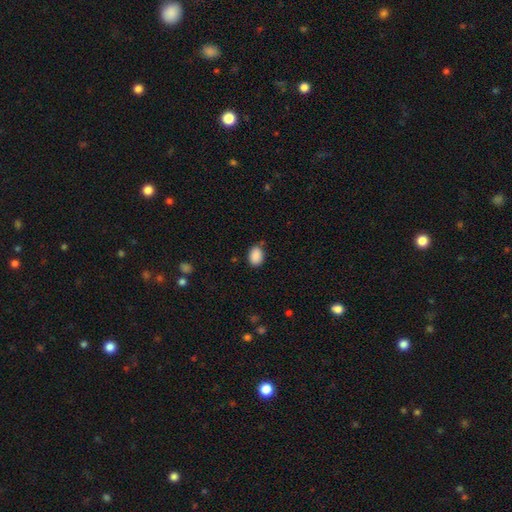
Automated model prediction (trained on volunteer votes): Overall: smooth (89%). How rounded: in between (78%). Merging: none (79%).